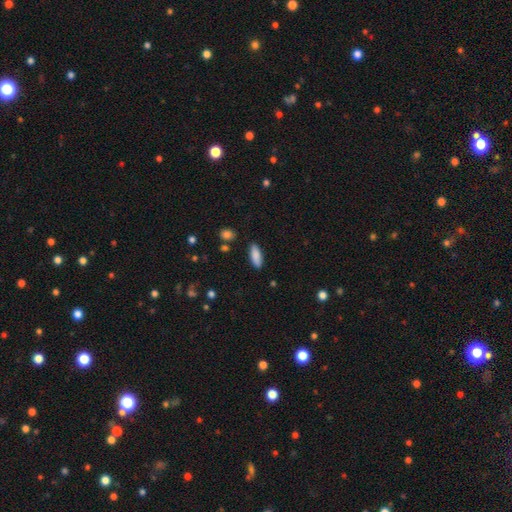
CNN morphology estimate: A smooth galaxy with no disk features (88%) that is in between round and cigar-shaped (71%).

Vote fractions:
- Smooth or featured? smooth: 88% / star or artifact: 6% / featured or disk: 6%
- How rounded? in between: 71% / cigar-shaped: 27% / round: 2%
- Merging? none: 87% / minor disturbance: 9% / major disturbance: 2% / merger: 2%